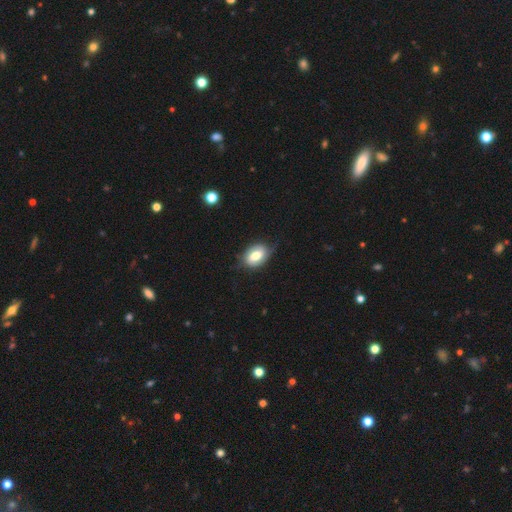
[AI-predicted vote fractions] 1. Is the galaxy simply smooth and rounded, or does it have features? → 57% smooth, 35% featured or disk, 7% star or artifact.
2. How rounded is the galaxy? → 82% in between, 17% round, 1% cigar-shaped.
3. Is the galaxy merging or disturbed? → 65% none, 26% minor disturbance, 8% major disturbance, 1% merger.